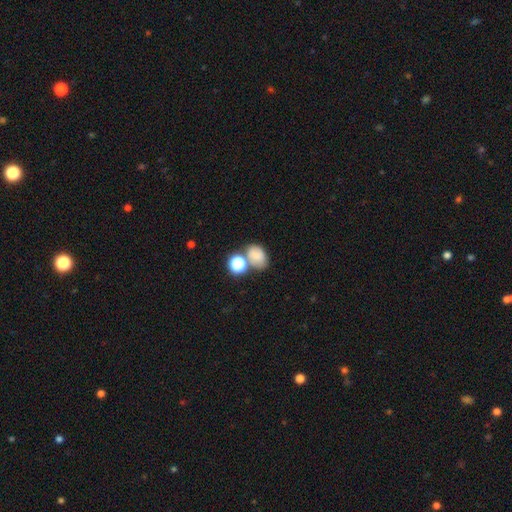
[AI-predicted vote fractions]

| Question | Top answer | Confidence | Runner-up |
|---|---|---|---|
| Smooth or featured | smooth | 74% | star or artifact (15%) |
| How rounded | in between | 69% | round (30%) |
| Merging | none | 47% | merger (31%) |